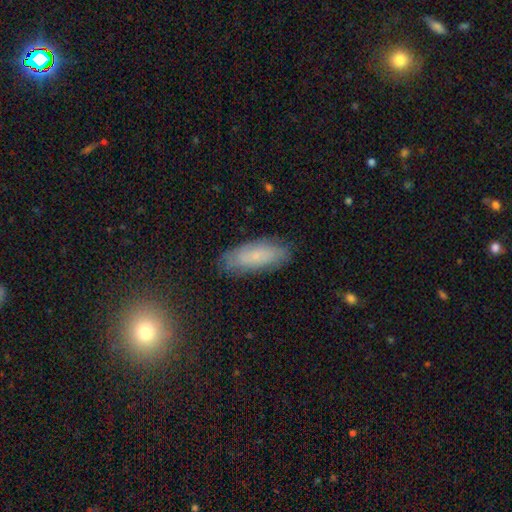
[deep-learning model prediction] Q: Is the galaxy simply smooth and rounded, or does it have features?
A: smooth — 63%.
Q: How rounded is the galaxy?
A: in between — 71%.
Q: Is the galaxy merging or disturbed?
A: none — 80%.